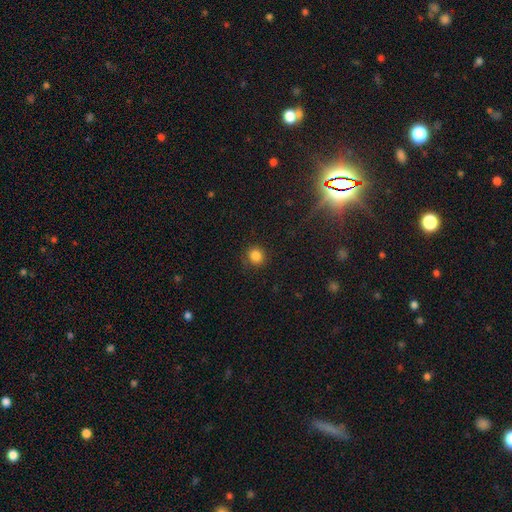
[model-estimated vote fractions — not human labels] Overall: smooth (84%). How rounded: round (87%). Merging: none (86%).